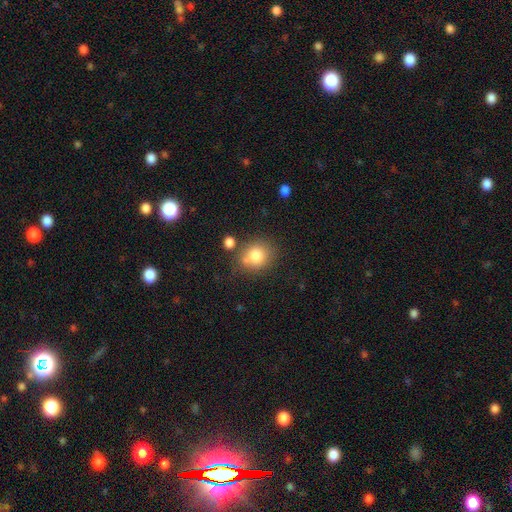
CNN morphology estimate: Smooth or featured? Predicted: smooth (p=0.80). How rounded? Predicted: round (p=0.74). Merging? Predicted: none (p=0.65).